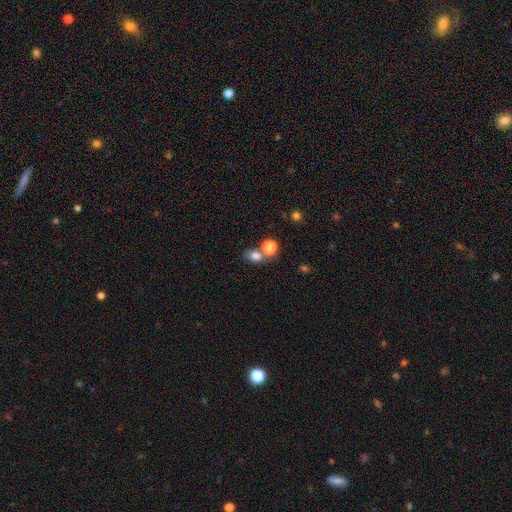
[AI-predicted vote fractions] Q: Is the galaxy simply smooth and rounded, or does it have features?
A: smooth — 77%.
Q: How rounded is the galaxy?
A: in between — 55%.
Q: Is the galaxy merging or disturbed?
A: none — 49%.